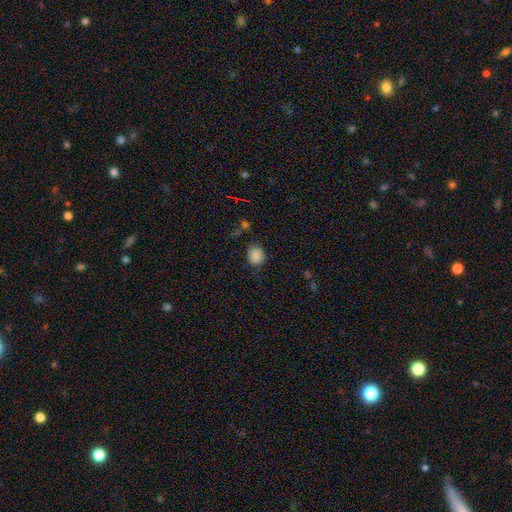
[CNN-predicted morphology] This appears to be a smooth galaxy with no disk features (87%) that is in between round and cigar-shaped (52%). Merging: none (72%).